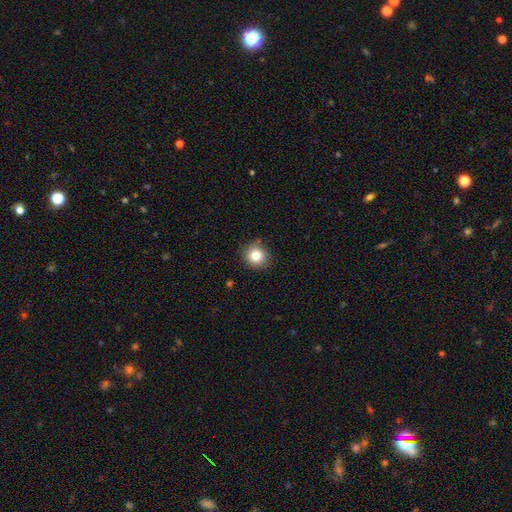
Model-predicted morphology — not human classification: smooth_or_featured: smooth (p=0.81) [alt: star or artifact p=0.11]
how_rounded: round (p=0.89) [alt: in between p=0.10]
merging: none (p=0.86) [alt: minor disturbance p=0.10]